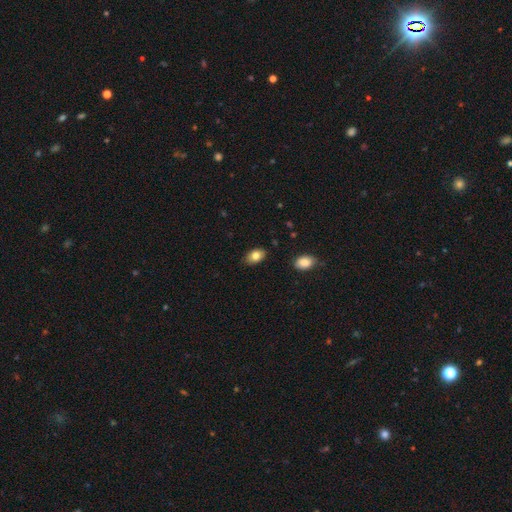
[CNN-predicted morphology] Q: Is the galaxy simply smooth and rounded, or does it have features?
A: smooth — 82%.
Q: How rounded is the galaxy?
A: in between — 88%.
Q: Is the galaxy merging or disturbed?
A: none — 85%.